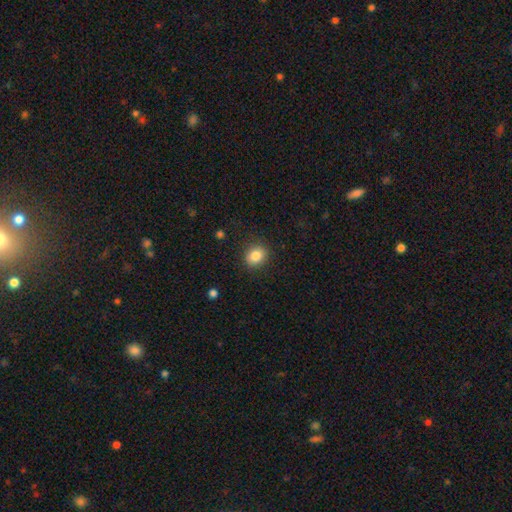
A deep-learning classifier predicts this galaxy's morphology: smooth_or_featured: smooth (p=0.84) [alt: star or artifact p=0.10]
how_rounded: round (p=0.60) [alt: in between p=0.39]
merging: none (p=0.87) [alt: minor disturbance p=0.09]